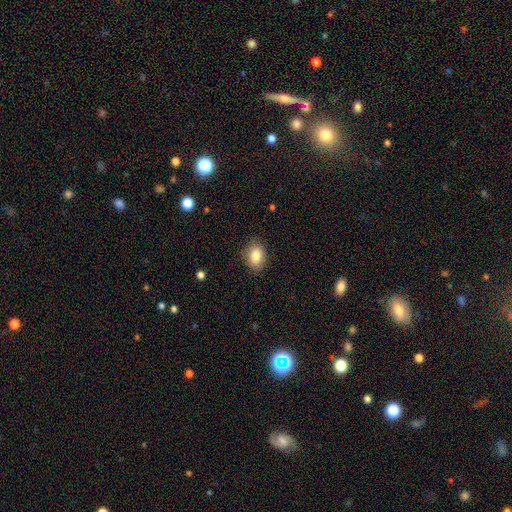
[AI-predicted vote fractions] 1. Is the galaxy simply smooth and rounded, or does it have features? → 83% smooth, 8% star or artifact, 8% featured or disk.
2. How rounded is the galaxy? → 74% in between, 24% round, 1% cigar-shaped.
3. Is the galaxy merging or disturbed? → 84% none, 12% minor disturbance, 3% major disturbance, 1% merger.